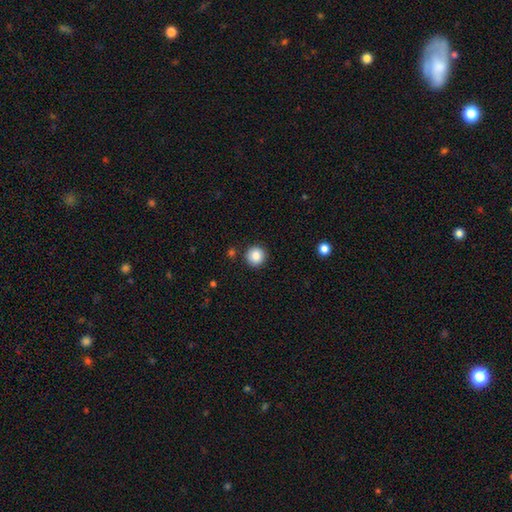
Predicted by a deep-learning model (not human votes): A smooth galaxy with no disk features (85%) that is round (94%). Merging: none (90%).